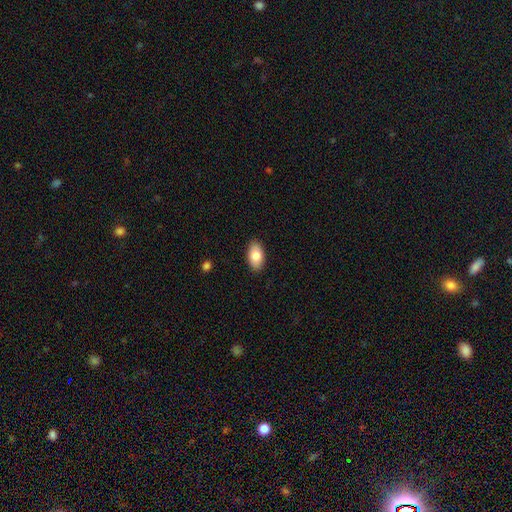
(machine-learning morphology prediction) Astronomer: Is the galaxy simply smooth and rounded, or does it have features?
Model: smooth — 82%.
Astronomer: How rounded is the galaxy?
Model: in between — 94%.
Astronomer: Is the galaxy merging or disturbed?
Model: none — 89%.